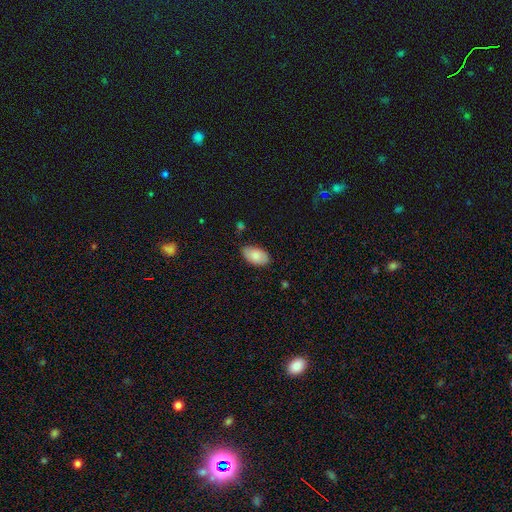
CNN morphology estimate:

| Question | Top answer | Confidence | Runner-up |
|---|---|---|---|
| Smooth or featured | smooth | 84% | featured or disk (10%) |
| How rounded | in between | 95% | round (4%) |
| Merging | none | 81% | minor disturbance (15%) |